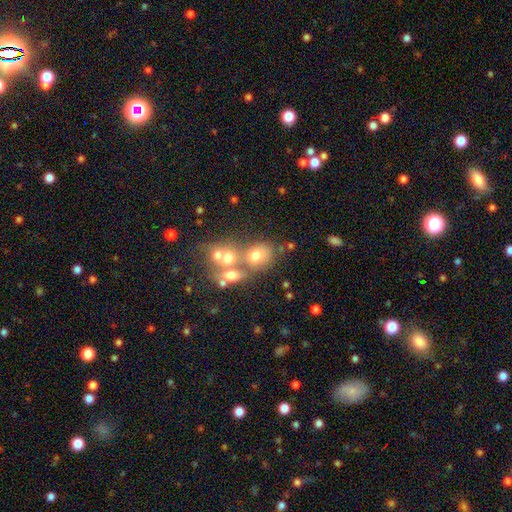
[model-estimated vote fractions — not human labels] Smooth or featured? Predicted: smooth (p=0.64). How rounded? Predicted: round (p=0.60). Merging? Predicted: merger (p=0.46).